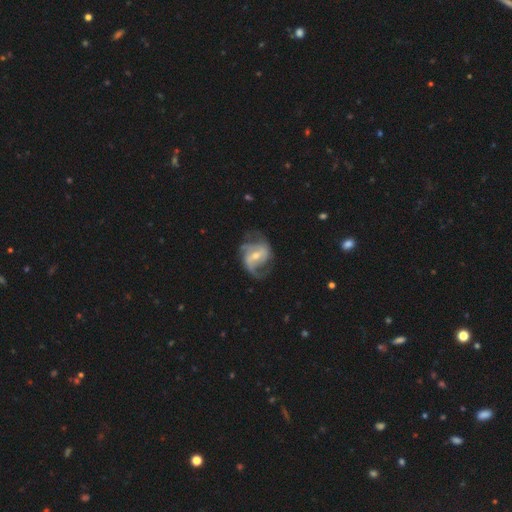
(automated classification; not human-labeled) smooth-or-featured: featured or disk: 85% | smooth: 9% | star or artifact: 5%
  disk-edge-on: no: 97% | yes: 3%
    bar: weak: 47% | strong: 34% | no: 19%
    has-spiral-arms: yes: 94% | no: 6%
      spiral-winding: medium: 46% | loose: 35% | tight: 19%
      spiral-arm-count: 2: 57% | 3: 17% | can't tell: 13% | 1: 6% | 4: 4% | more than 4: 3%
    bulge-size: moderate: 49% | small: 46% | large: 3% | none: 2% | dominant: 1%
  merging: none: 59% | minor disturbance: 21% | major disturbance: 19% | merger: 2%